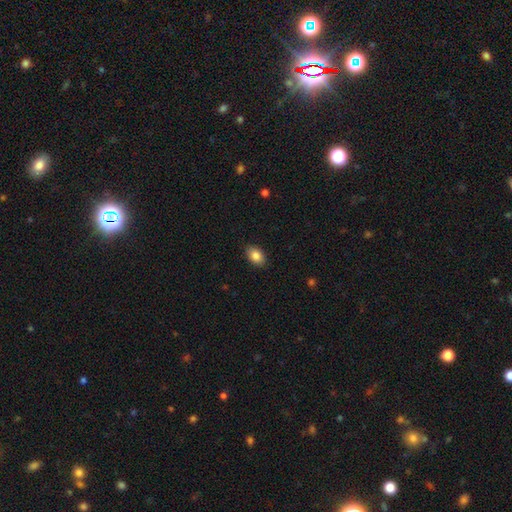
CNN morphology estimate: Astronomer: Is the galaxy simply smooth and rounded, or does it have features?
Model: smooth — 86%.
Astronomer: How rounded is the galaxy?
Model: in between — 86%.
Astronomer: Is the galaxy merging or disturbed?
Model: none — 88%.